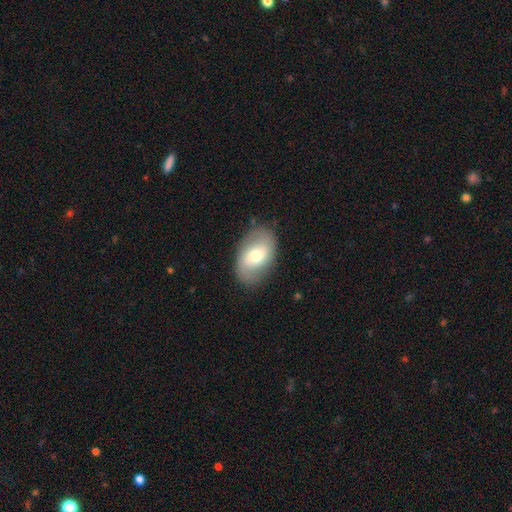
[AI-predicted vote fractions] A smooth galaxy with no disk features (47%). Merging: none (82%).